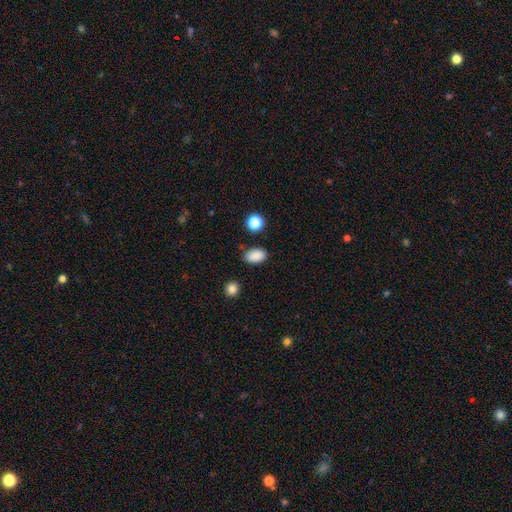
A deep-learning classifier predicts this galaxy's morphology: smooth-or-featured: smooth: 87% | star or artifact: 9% | featured or disk: 4%
  how-rounded: in between: 87% | round: 11% | cigar-shaped: 1%
  merging: none: 81% | minor disturbance: 13% | major disturbance: 3% | merger: 3%